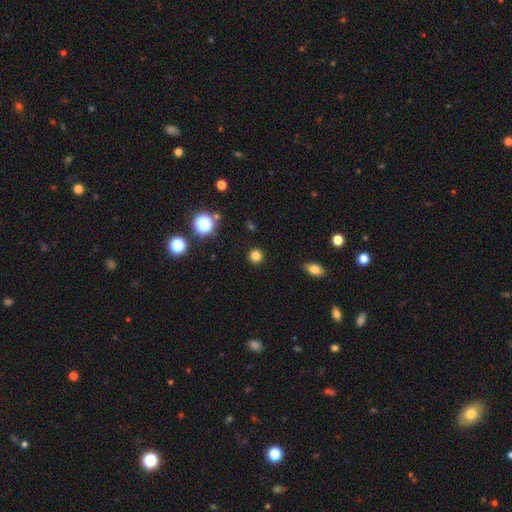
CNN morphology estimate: Smooth or featured? smooth (81%)
How rounded? round (94%)
Merging? none (92%)